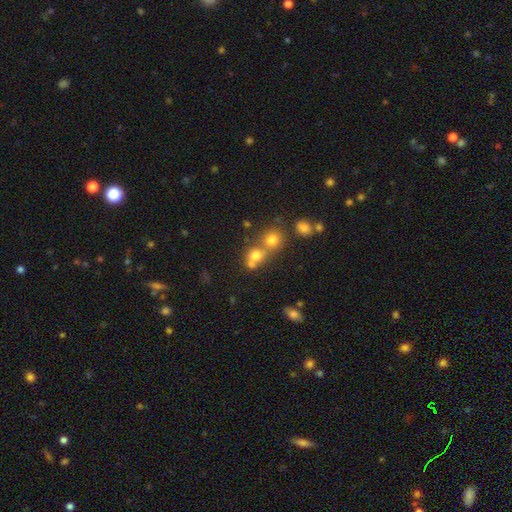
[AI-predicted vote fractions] Overall: smooth (72%). How rounded: round (72%). Merging: merger (54%; none 34%).